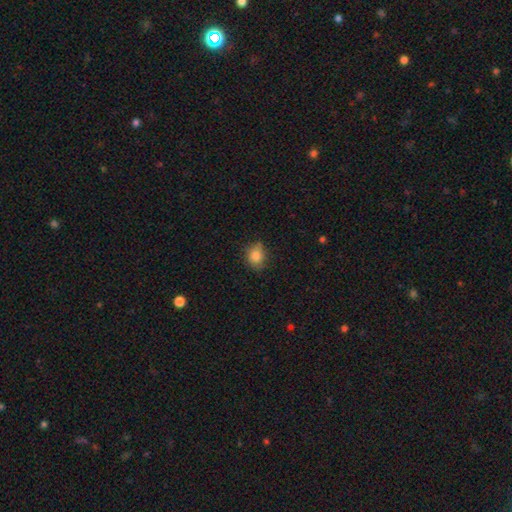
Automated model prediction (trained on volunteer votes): Smooth or featured? smooth (83%)
How rounded? round (61%)
Merging? none (68%)